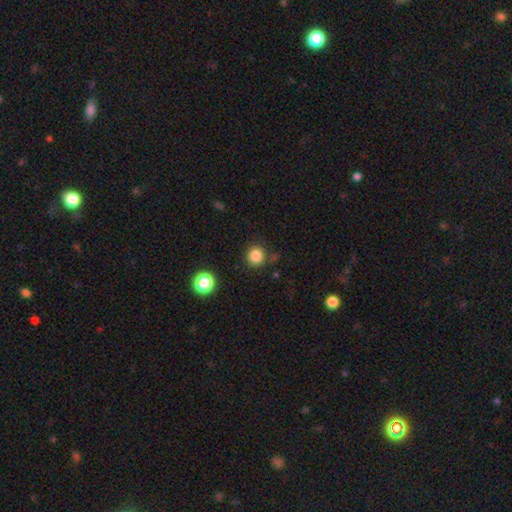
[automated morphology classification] A smooth galaxy with no disk features (84%) that is round (90%). Merging: none (84%).